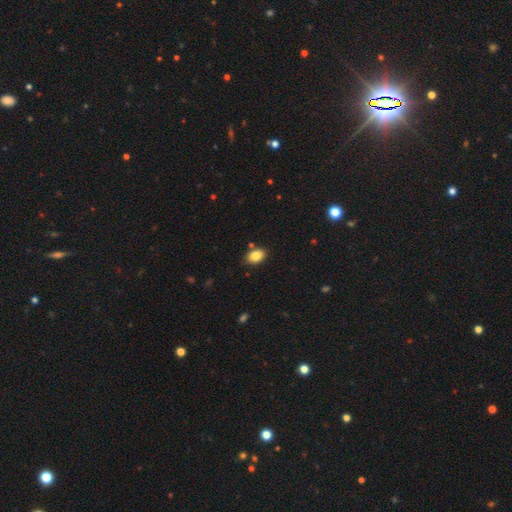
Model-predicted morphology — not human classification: Smooth or featured?
  - smooth: 85% *
  - star or artifact: 8%
  - featured or disk: 7%
How rounded?
  - in between: 81% *
  - round: 18%
  - cigar-shaped: 1%
Merging?
  - none: 83% *
  - minor disturbance: 11%
  - merger: 4%
  - major disturbance: 2%